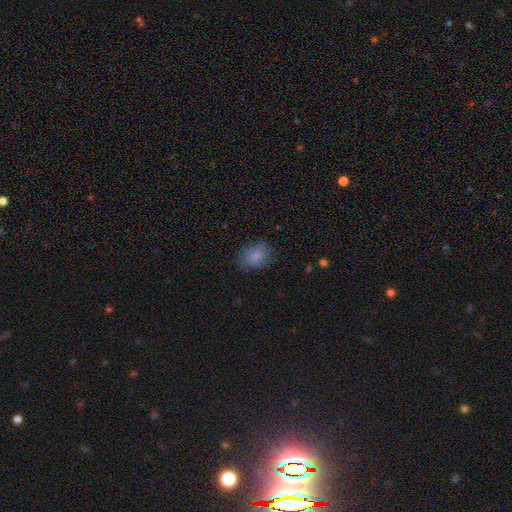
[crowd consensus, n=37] smooth-or-featured: smooth: 92% | featured or disk: 5% | star or artifact: 3%
  how-rounded: in between: 62% | round: 38% | cigar-shaped: 0%
  merging: none: 72% | minor disturbance: 25% | major disturbance: 3% | merger: 0%